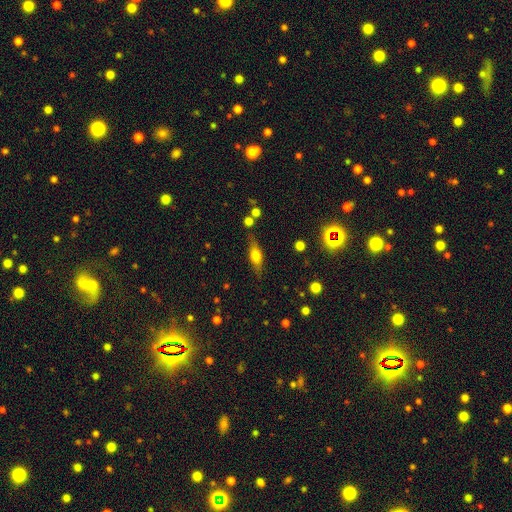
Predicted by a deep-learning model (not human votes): Overall: smooth (53%; featured or disk 37%). How rounded: in between (56%; cigar-shaped 39%). Merging: none (75%).